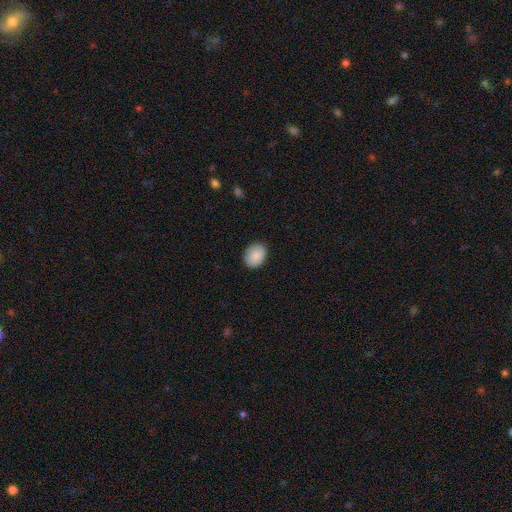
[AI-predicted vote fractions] The model was most divided on "how rounded": in between: 60%, round: 39%, cigar-shaped: 1%. More confident: smooth or featured — smooth (89%); merging — none (87%).